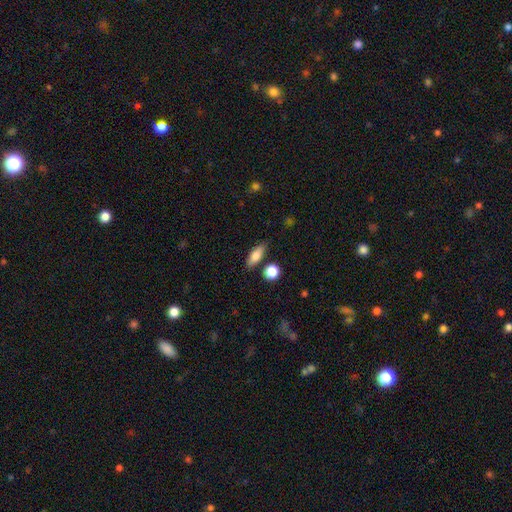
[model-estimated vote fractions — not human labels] A smooth galaxy with no disk features (78%) that is in between round and cigar-shaped (68%). Merging: none (80%).